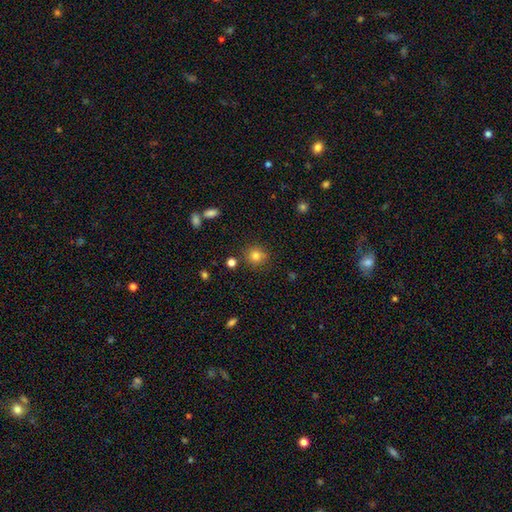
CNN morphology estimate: A smooth galaxy with no disk features (81%) that is round (89%).

Vote fractions:
- Smooth or featured? smooth: 81% / star or artifact: 13% / featured or disk: 7%
- How rounded? round: 89% / in between: 10% / cigar-shaped: 1%
- Merging? none: 83% / minor disturbance: 10% / merger: 4% / major disturbance: 3%